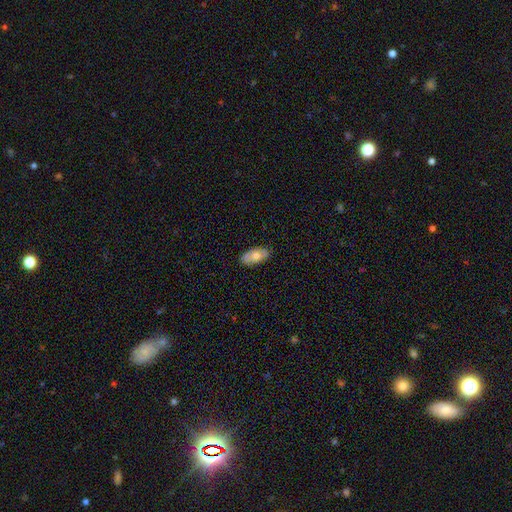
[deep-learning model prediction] Smooth or featured? smooth (71%)
How rounded? in between (91%)
Merging? none (82%)